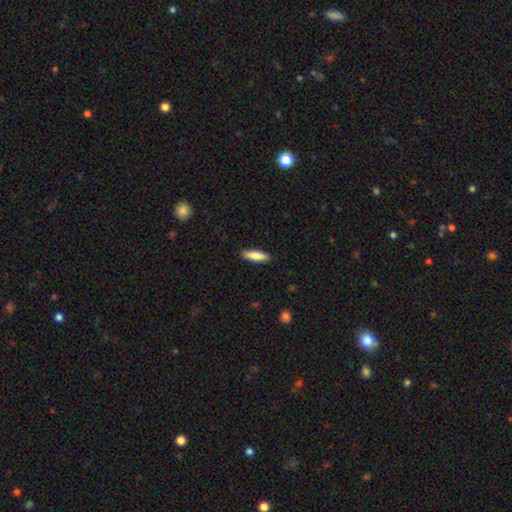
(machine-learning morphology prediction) Smooth or featured? smooth (86%)
How rounded? cigar-shaped (54%)
Merging? none (89%)